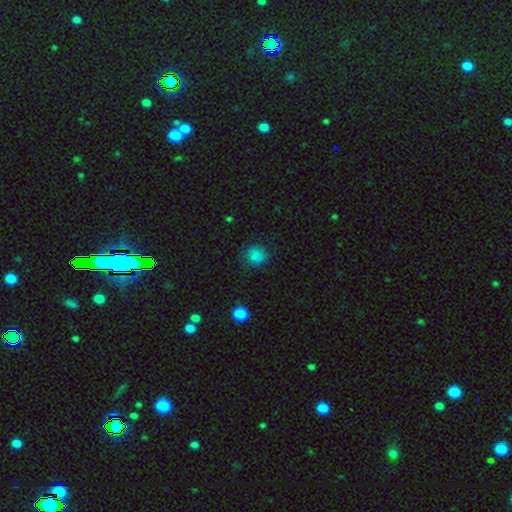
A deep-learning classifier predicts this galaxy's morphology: The model was most divided on "merging": none: 78%, minor disturbance: 15%, major disturbance: 5%, merger: 2%. More confident: how rounded — round (82%); smooth or featured — smooth (79%).